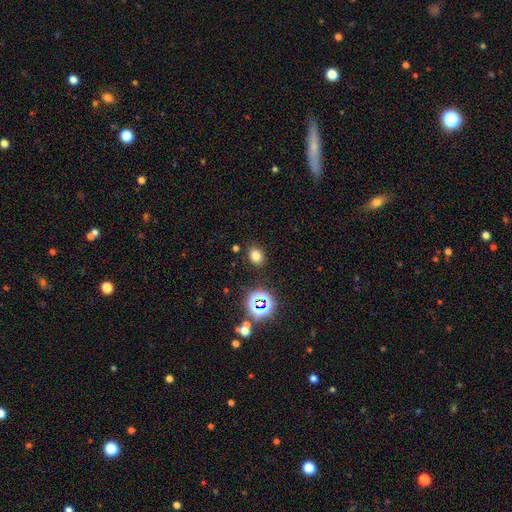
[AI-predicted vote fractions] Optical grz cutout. It shows a smooth galaxy with no disk features (74%) that is in between round and cigar-shaped (52%). Merging: none (85%).